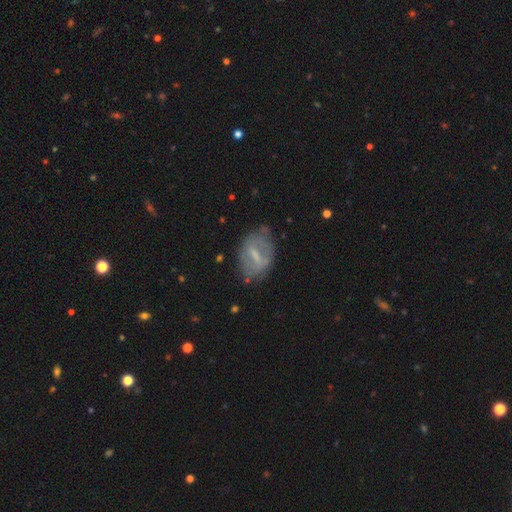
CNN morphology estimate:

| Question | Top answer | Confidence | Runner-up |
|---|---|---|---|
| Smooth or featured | featured or disk | 58% | smooth (33%) |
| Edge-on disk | no | 92% | yes (8%) |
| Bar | strong | 44% | weak (43%) |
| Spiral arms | no | 64% | yes (36%) |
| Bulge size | small | 40% | moderate (29%) |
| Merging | none | 65% | minor disturbance (23%) |